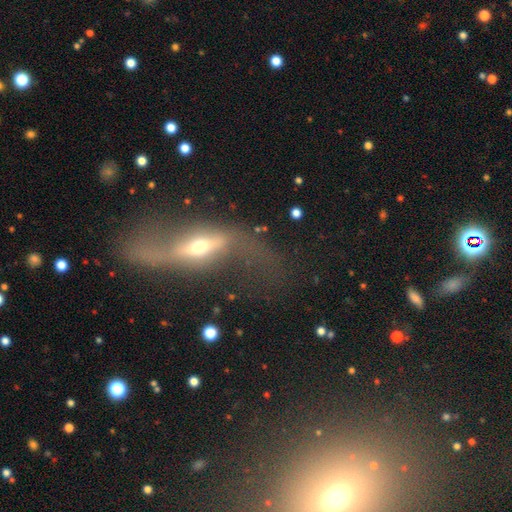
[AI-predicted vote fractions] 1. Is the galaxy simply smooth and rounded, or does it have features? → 73% featured or disk, 17% smooth, 11% star or artifact.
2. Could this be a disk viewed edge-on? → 73% no, 27% yes.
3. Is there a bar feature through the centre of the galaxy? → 35% no, 33% strong, 32% weak.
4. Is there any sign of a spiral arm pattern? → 75% yes, 25% no.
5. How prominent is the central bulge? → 51% moderate, 36% small, 7% large, 3% dominant, 2% none.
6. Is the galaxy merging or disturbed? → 45% none, 29% major disturbance, 19% minor disturbance, 7% merger.